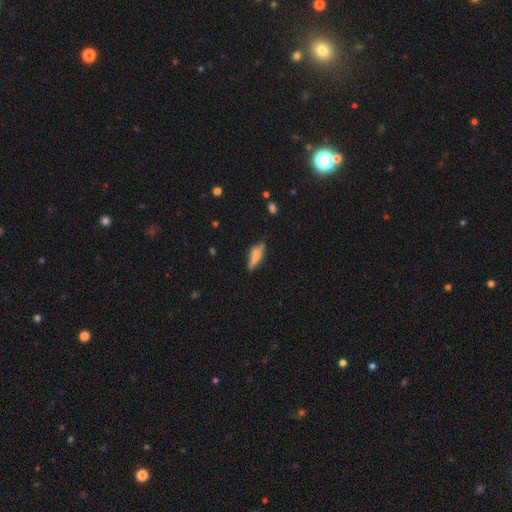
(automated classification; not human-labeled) smooth 57%, featured or disk 34%, star or artifact 8%. Down the decision tree: how rounded — cigar-shaped (59%); merging — none (62%).